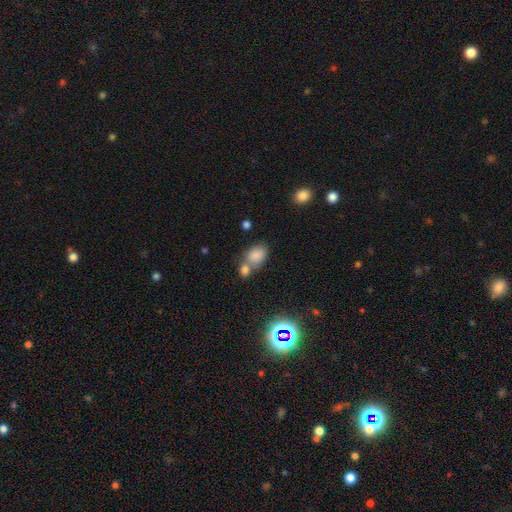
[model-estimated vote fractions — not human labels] Smooth or featured? smooth (81%)
How rounded? in between (77%)
Merging? merger (44%)